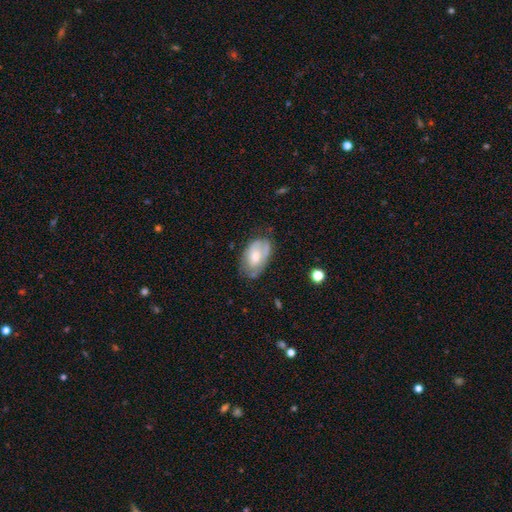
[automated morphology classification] smooth_or_featured: smooth (p=0.49) [alt: featured or disk p=0.44]
merging: none (p=0.58) [alt: minor disturbance p=0.30]